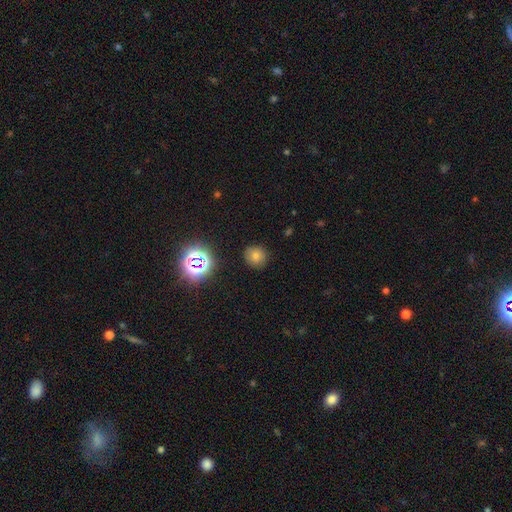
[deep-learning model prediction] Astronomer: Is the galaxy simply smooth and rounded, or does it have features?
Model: smooth — 64%.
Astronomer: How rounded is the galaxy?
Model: round — 90%.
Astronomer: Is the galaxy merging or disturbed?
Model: none — 88%.